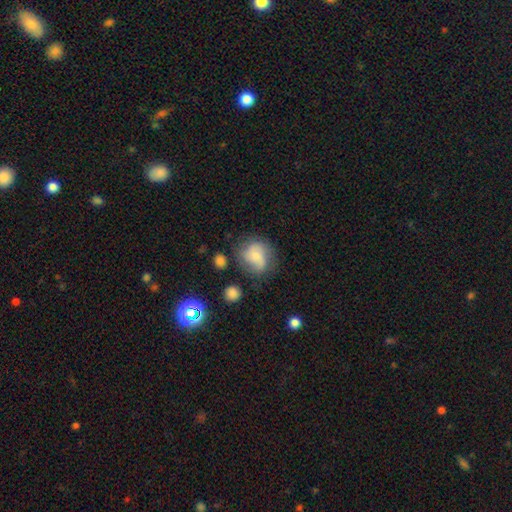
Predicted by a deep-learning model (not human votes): smooth-or-featured: smooth: 53% | featured or disk: 37% | star or artifact: 10%
  how-rounded: round: 67% | in between: 32% | cigar-shaped: 1%
  merging: none: 58% | minor disturbance: 24% | major disturbance: 13% | merger: 5%